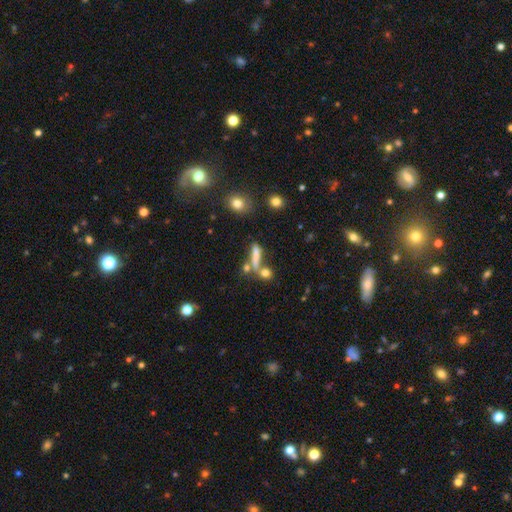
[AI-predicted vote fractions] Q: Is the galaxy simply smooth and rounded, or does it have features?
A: smooth — 63%.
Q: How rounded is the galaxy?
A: cigar-shaped — 70%.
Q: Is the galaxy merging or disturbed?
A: none — 48%.